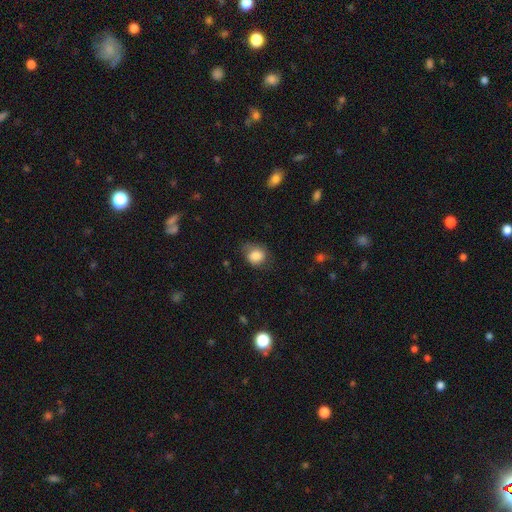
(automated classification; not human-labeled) Smooth or featured? smooth (82%)
How rounded? round (57%)
Merging? none (57%)